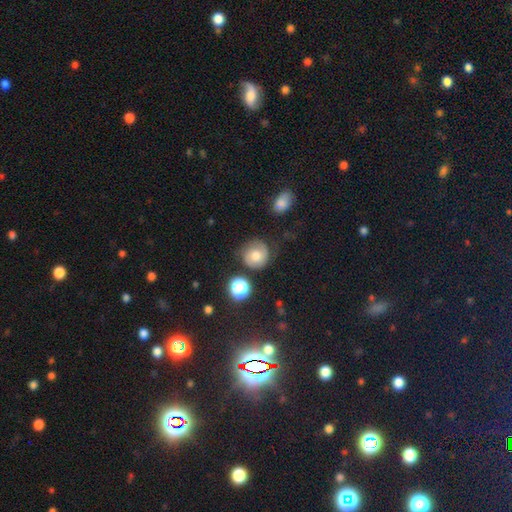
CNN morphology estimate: The model was most divided on "smooth or featured": smooth: 52%, featured or disk: 36%, star or artifact: 12%. More confident: how rounded — round (86%); merging — none (63%).